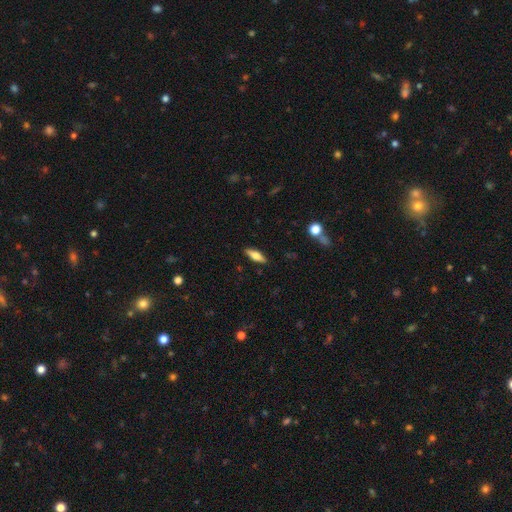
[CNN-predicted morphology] Smooth or featured?
  - smooth: 55% *
  - featured or disk: 38%
  - star or artifact: 7%
How rounded?
  - in between: 50% *
  - cigar-shaped: 47%
  - round: 3%
Merging?
  - none: 88% *
  - minor disturbance: 8%
  - major disturbance: 2%
  - merger: 1%